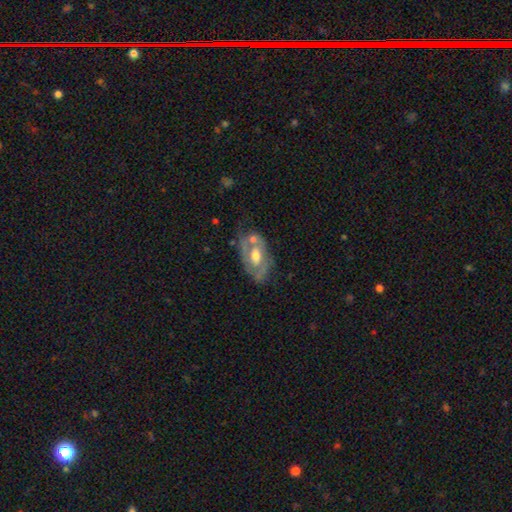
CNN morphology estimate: This appears to be a featured or disk galaxy (66%) with no bar (63%), spiral arms (52%) and a moderate central bulge (67%). Merging: none (46%).